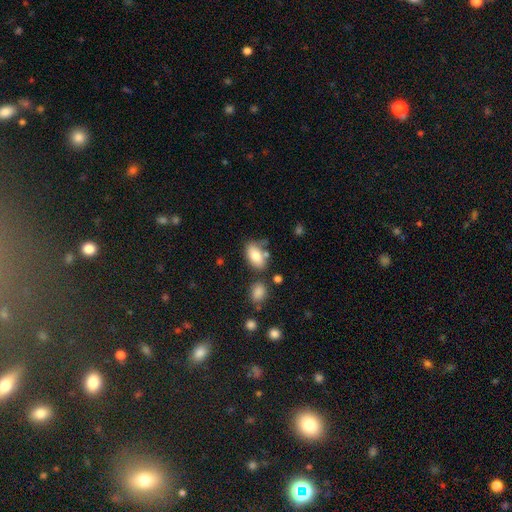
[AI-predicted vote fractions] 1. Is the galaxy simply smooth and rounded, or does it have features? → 80% smooth, 13% featured or disk, 7% star or artifact.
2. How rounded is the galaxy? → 91% in between, 5% round, 4% cigar-shaped.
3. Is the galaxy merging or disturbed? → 64% none, 18% minor disturbance, 13% merger, 5% major disturbance.